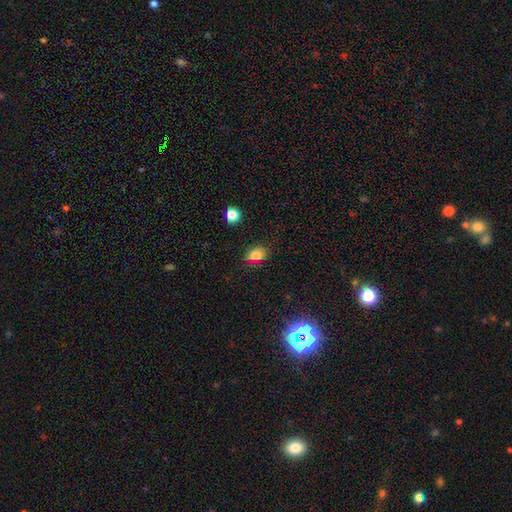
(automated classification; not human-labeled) The model was most divided on "how rounded": in between: 67%, round: 32%, cigar-shaped: 2%. More confident: smooth or featured — smooth (79%); merging — none (78%).